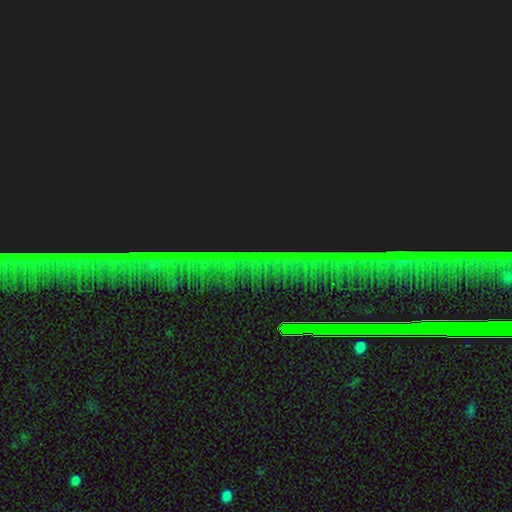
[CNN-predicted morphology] Q: Smooth or featured?
A: star or artifact (85%); runner-up: featured or disk (8%)